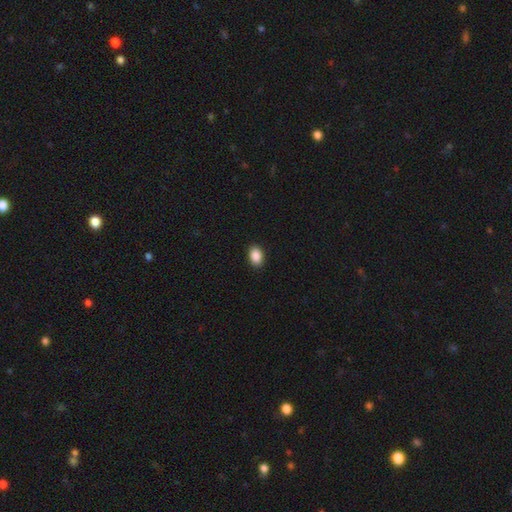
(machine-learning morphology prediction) Smooth or featured? Predicted: smooth (p=0.89). How rounded? Predicted: in between (p=0.87). Merging? Predicted: none (p=0.90).